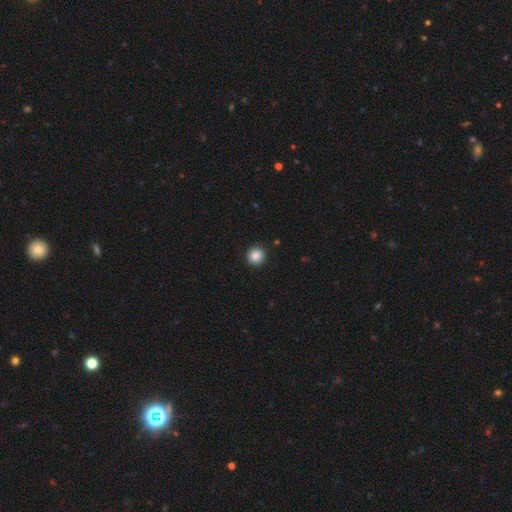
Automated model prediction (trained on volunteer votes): Smooth or featured? smooth (87%)
How rounded? round (95%)
Merging? none (92%)